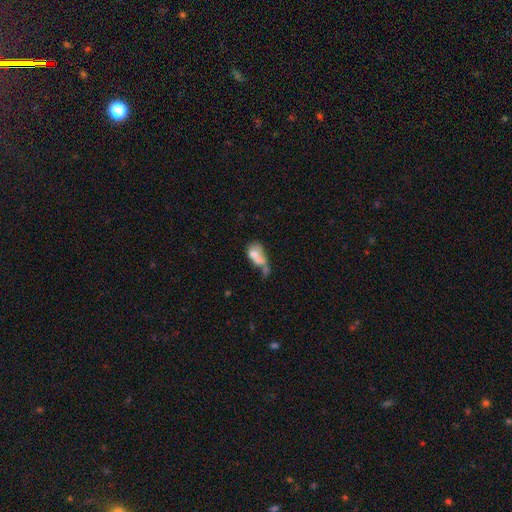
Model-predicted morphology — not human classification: Q: Smooth or featured?
A: smooth (58%); runner-up: featured or disk (32%)
Q: How rounded?
A: in between (78%); runner-up: round (17%)
Q: Merging?
A: merger (54%); runner-up: major disturbance (20%)